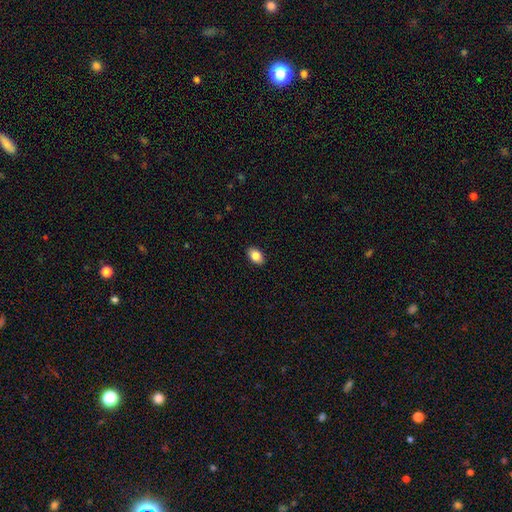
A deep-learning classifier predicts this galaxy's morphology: Smooth or featured: smooth — 84% (featured or disk — 8%)
How rounded: in between — 88% (round — 10%)
Merging: none — 90% (minor disturbance — 7%)